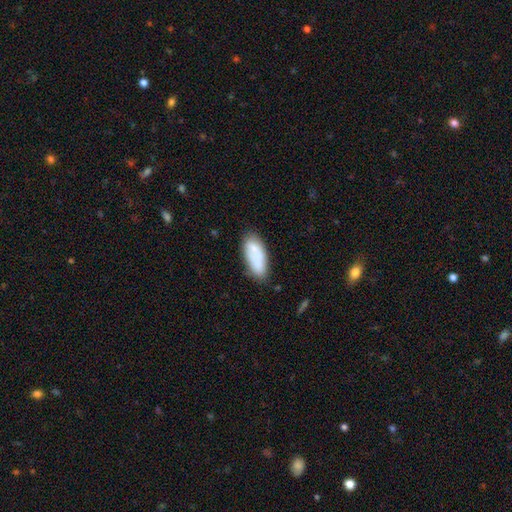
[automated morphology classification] The model was most divided on "merging": none: 60%, minor disturbance: 23%, merger: 10%, major disturbance: 7%. More confident: how rounded — in between (84%); smooth or featured — smooth (69%).